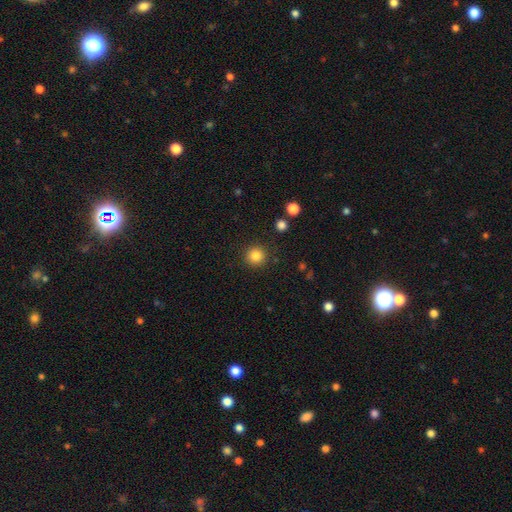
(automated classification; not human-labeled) Morphology: type=smooth (84%); roundness=round (94%); merging=none (90%).